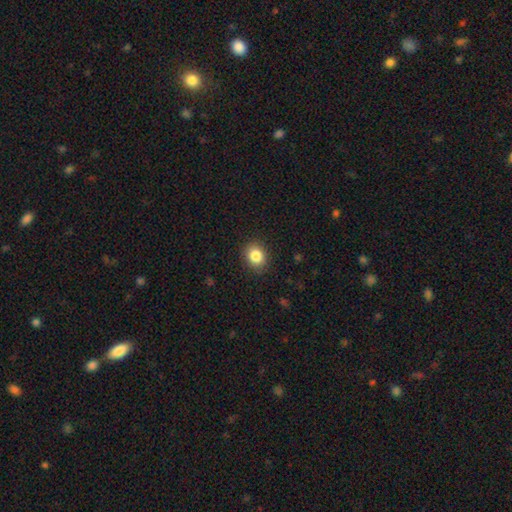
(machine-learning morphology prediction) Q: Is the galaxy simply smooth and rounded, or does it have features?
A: smooth — 86%.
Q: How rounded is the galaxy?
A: round — 62%.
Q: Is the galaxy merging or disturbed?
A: none — 88%.